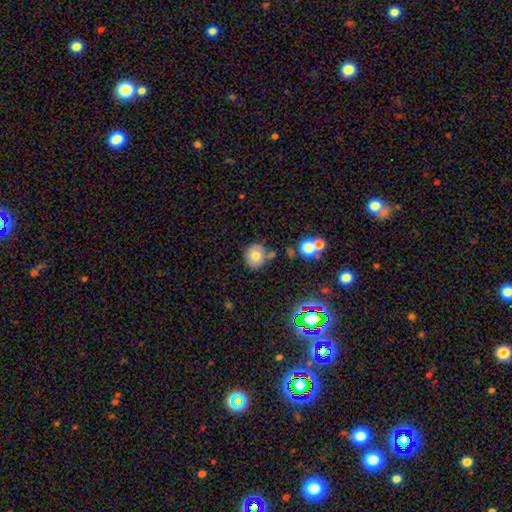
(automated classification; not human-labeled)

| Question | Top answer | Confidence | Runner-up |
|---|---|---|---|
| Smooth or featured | smooth | 74% | featured or disk (15%) |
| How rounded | round | 84% | in between (15%) |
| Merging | none | 73% | minor disturbance (13%) |